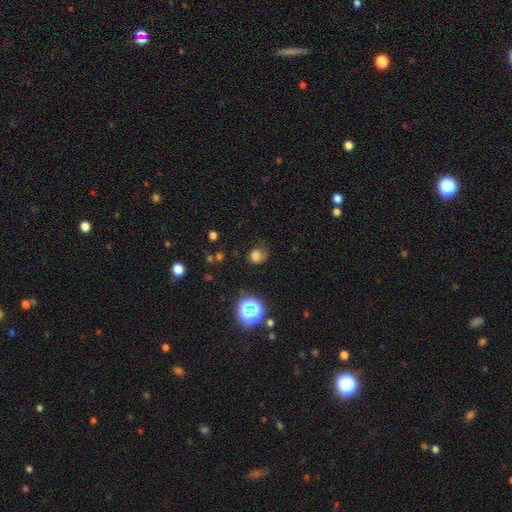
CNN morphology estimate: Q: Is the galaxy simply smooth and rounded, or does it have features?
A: smooth — 71%.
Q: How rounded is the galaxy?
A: round — 66%.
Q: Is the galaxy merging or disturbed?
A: none — 57%.